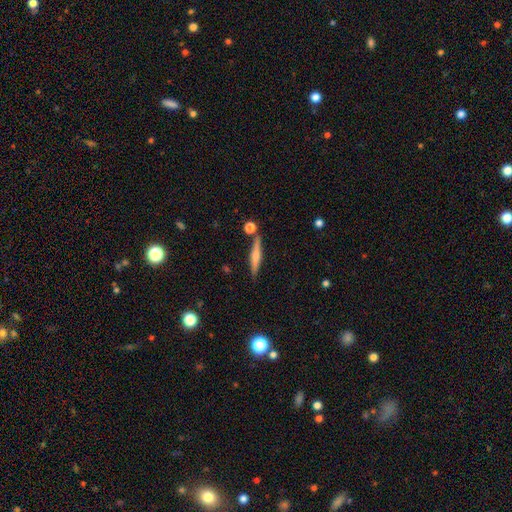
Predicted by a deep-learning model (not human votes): Morphology: type=smooth (49%); merging=none (79%).